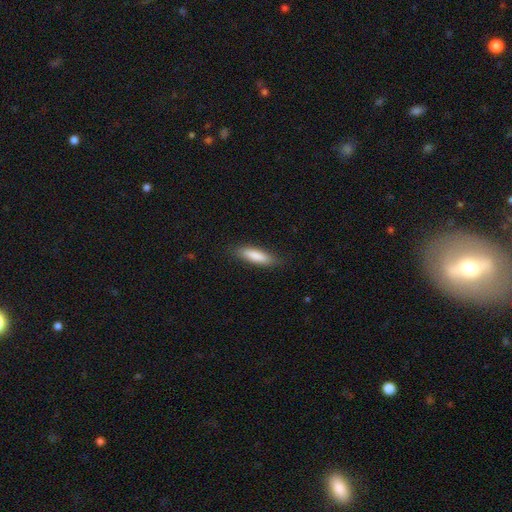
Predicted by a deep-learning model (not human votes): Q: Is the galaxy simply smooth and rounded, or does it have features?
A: smooth — 85%.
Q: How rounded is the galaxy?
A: cigar-shaped — 61%.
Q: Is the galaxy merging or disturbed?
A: none — 84%.